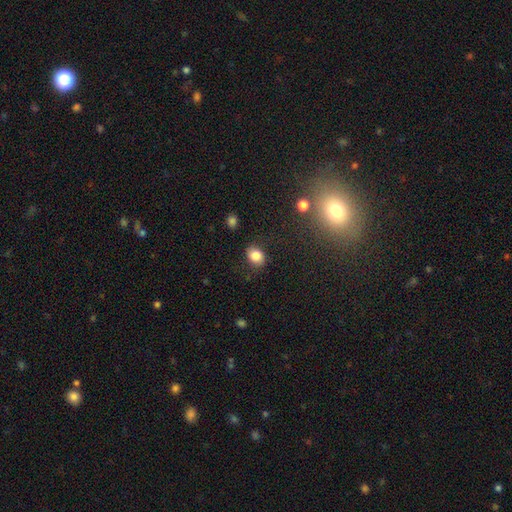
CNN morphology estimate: smooth-or-featured: smooth: 83% | star or artifact: 9% | featured or disk: 7%
  how-rounded: in between: 62% | round: 37% | cigar-shaped: 1%
  merging: none: 81% | minor disturbance: 14% | major disturbance: 4% | merger: 2%